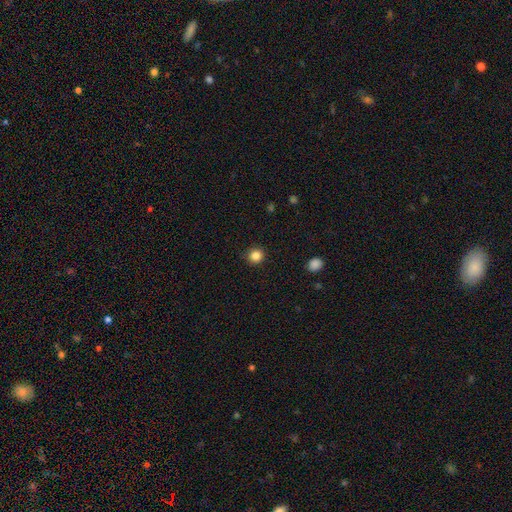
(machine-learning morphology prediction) Smooth or featured? Predicted: smooth (p=0.85). How rounded? Predicted: round (p=0.94). Merging? Predicted: none (p=0.92).